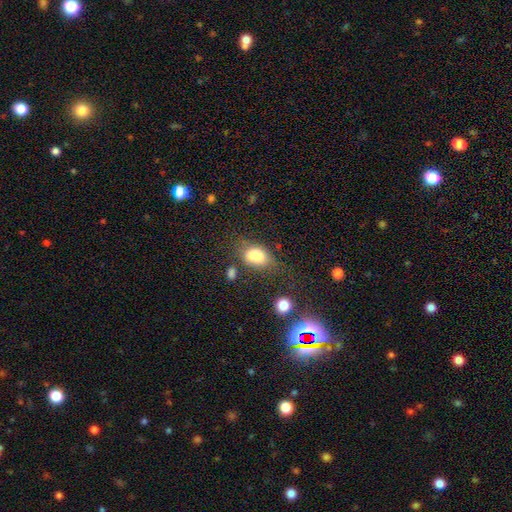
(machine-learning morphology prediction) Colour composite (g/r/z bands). It shows a smooth galaxy with no disk features (79%) that is in between round and cigar-shaped (83%). Merging: none (41%).